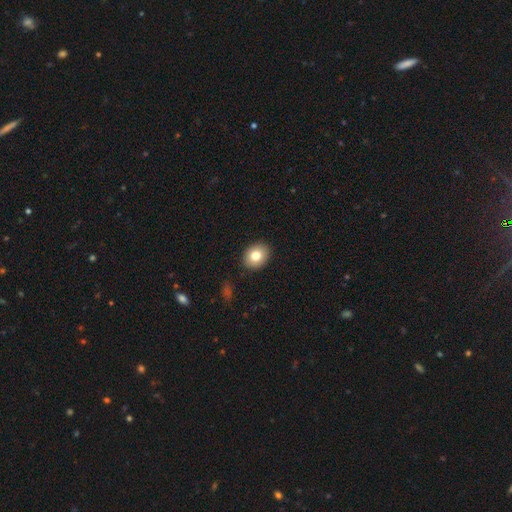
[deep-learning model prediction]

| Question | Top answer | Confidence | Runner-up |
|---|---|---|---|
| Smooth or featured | smooth | 81% | featured or disk (11%) |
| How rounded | in between | 51% | round (48%) |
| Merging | none | 90% | minor disturbance (7%) |